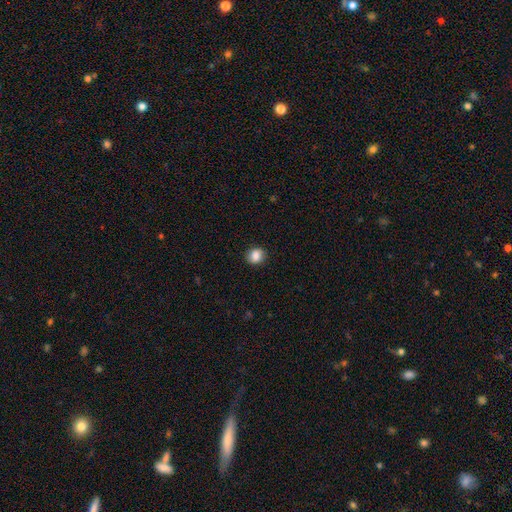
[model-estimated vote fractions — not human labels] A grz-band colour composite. It shows a smooth galaxy with no disk features (85%) that is round (71%). Merging: none (88%).